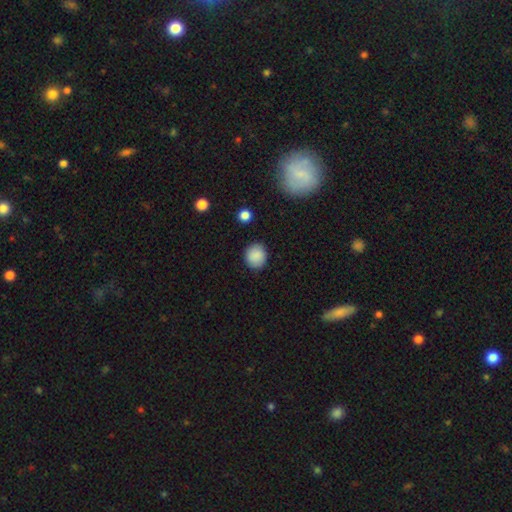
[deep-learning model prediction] A smooth galaxy with no disk features (88%) that is round (84%).

Vote fractions:
- Smooth or featured? smooth: 88% / star or artifact: 8% / featured or disk: 4%
- How rounded? round: 84% / in between: 15% / cigar-shaped: 1%
- Merging? none: 88% / minor disturbance: 8% / major disturbance: 2% / merger: 1%